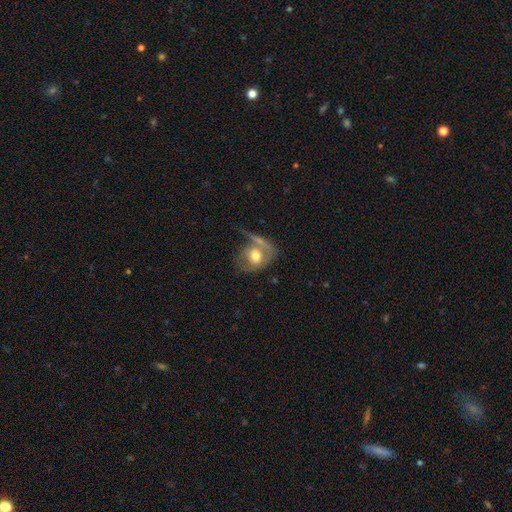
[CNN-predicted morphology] The model was most divided on "how rounded": in between: 50%, round: 48%, cigar-shaped: 2%. Remaining: smooth or featured — smooth (57%); merging — none (34%).